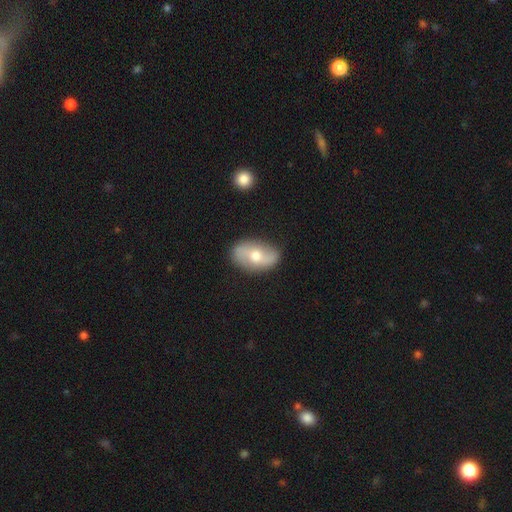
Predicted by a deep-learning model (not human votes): A featured or disk galaxy (51%).

Vote fractions:
- Smooth or featured? featured or disk: 51% / smooth: 42% / star or artifact: 6%
- Edge-on disk? no: 92% / yes: 8%
- Merging? none: 81% / minor disturbance: 14% / major disturbance: 4% / merger: 2%